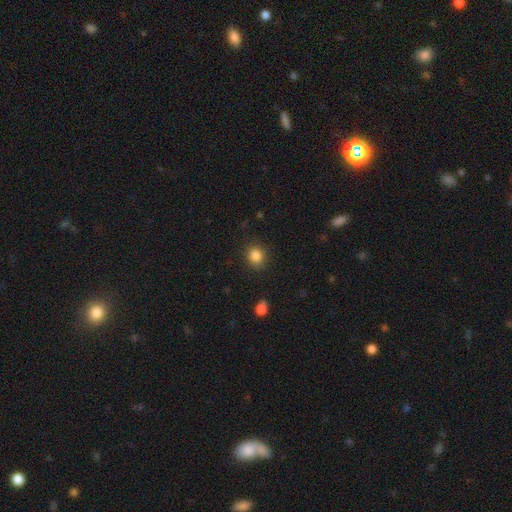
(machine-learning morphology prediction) smooth 85%, star or artifact 11%, featured or disk 4%. Down the decision tree: how rounded — round (82%); merging — none (87%).